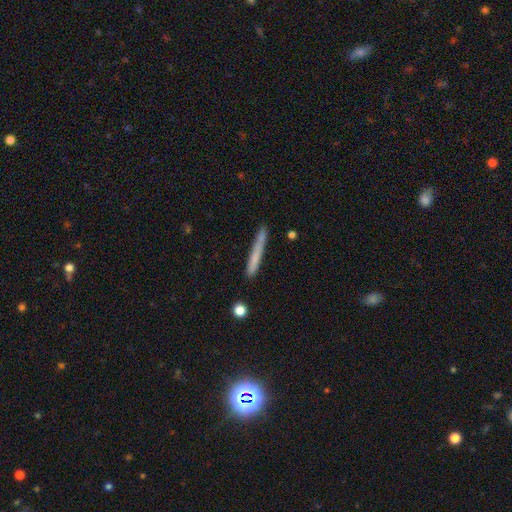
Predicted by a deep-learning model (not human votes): Overall: smooth (67%). How rounded: cigar-shaped (96%). Merging: none (80%).